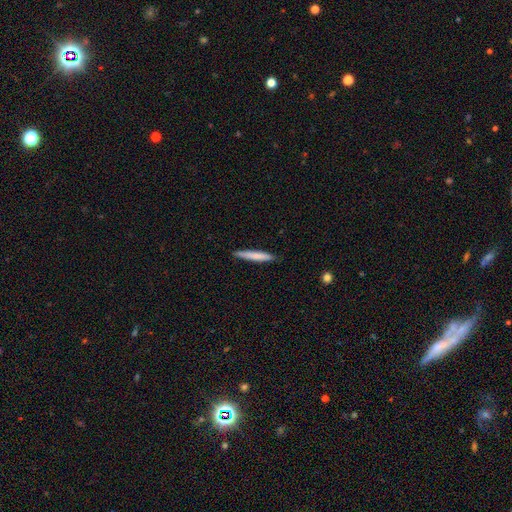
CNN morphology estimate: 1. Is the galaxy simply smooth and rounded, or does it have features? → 76% smooth, 19% featured or disk, 5% star or artifact.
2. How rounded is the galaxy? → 94% cigar-shaped, 4% in between, 1% round.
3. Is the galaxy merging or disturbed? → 87% none, 10% minor disturbance, 2% major disturbance, 1% merger.